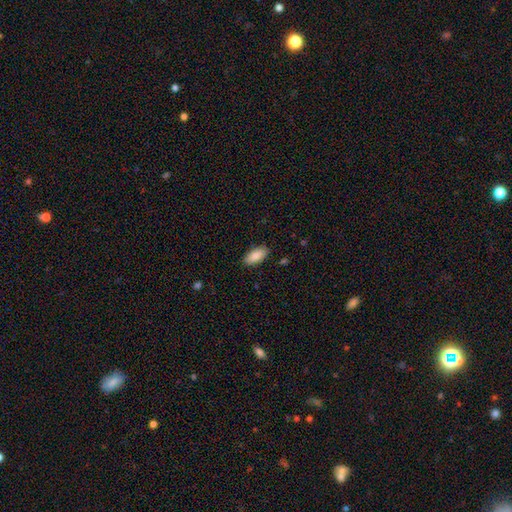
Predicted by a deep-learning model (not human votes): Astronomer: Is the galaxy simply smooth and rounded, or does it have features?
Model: smooth — 87%.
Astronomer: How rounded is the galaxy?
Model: in between — 89%.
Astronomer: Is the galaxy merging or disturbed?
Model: none — 87%.